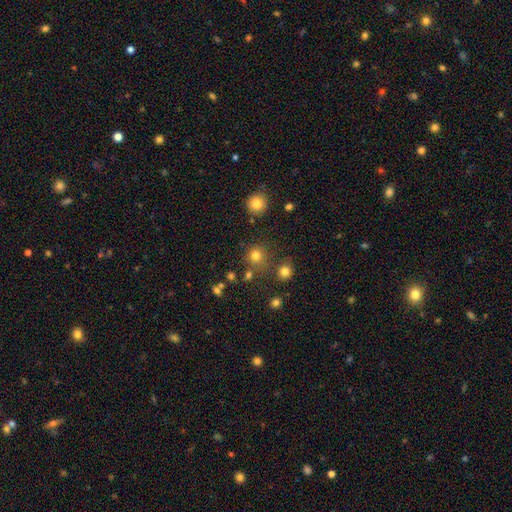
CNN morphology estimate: type=smooth (78%); roundness=round (92%); merging=none (79%).